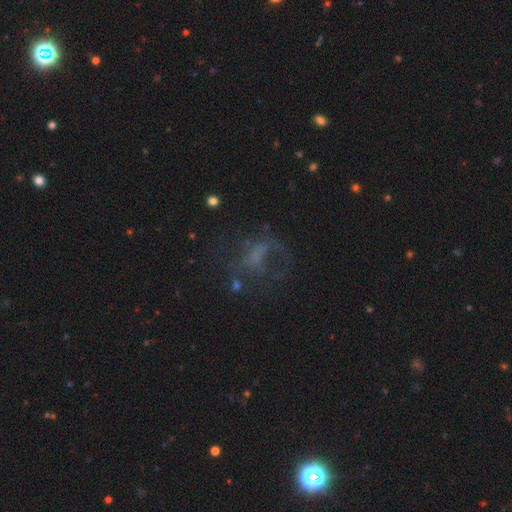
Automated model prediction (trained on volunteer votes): Overall: featured or disk (45%; smooth 28%). Merging: none (44%; major disturbance 35%).